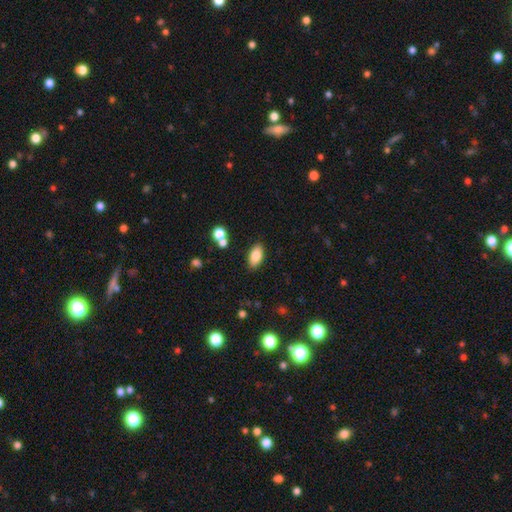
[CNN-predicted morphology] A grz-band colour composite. It shows a smooth galaxy with no disk features (84%) that is in between round and cigar-shaped (89%). Merging: none (85%).